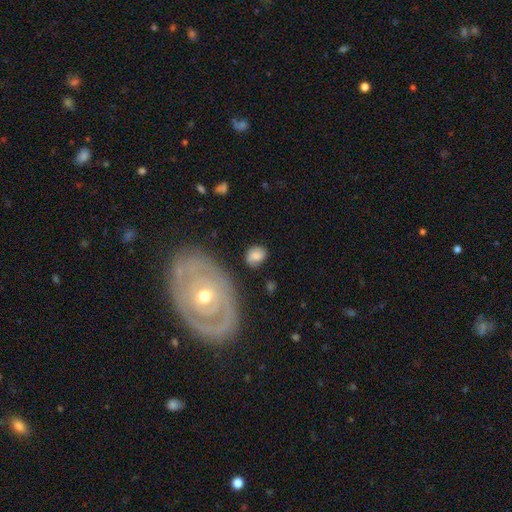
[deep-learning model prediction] Smooth or featured? Predicted: smooth (p=0.69). How rounded? Predicted: in between (p=0.52). Merging? Predicted: none (p=0.72).